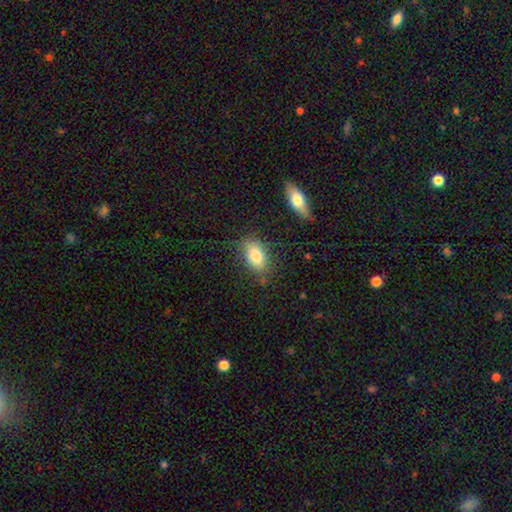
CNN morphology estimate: This appears to be a smooth galaxy with no disk features (79%) that is in between round and cigar-shaped (87%). Merging: none (74%).